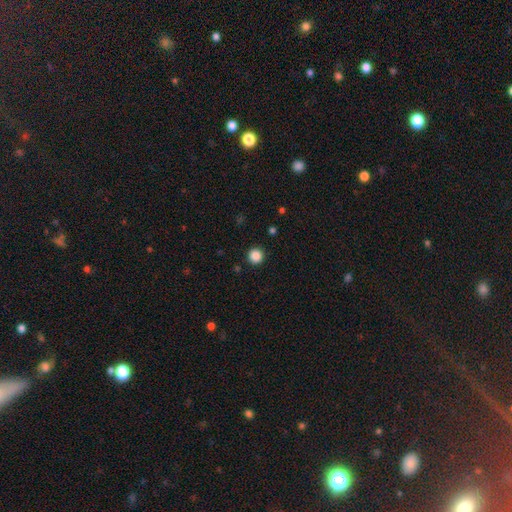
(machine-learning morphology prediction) This appears to be a smooth galaxy with no disk features (87%) that is round (96%). Merging: none (93%).